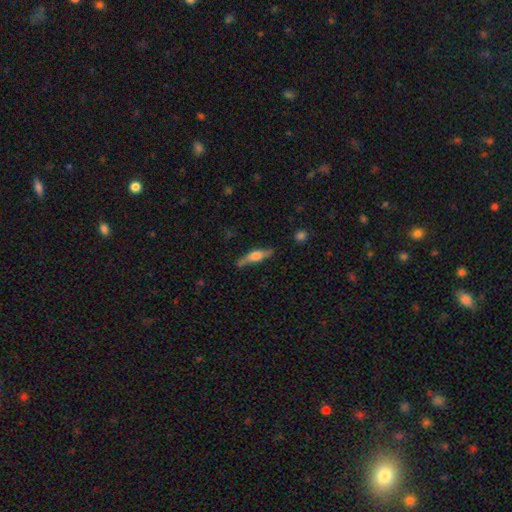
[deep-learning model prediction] Overall: featured or disk (52%; smooth 42%). Edge-on disk: yes (91%). Merging: none (77%).